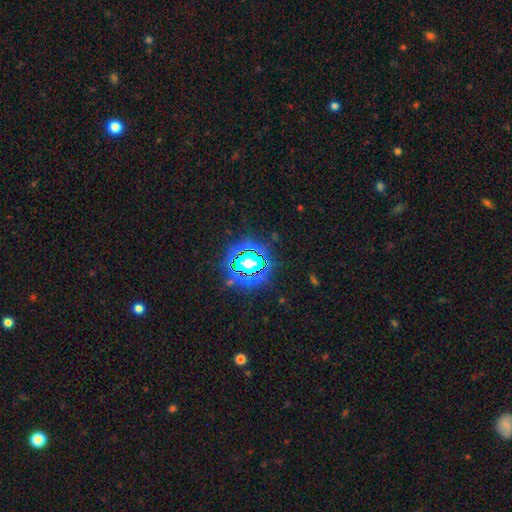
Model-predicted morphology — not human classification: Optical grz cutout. It shows a star or artifact, not a galaxy (81%).